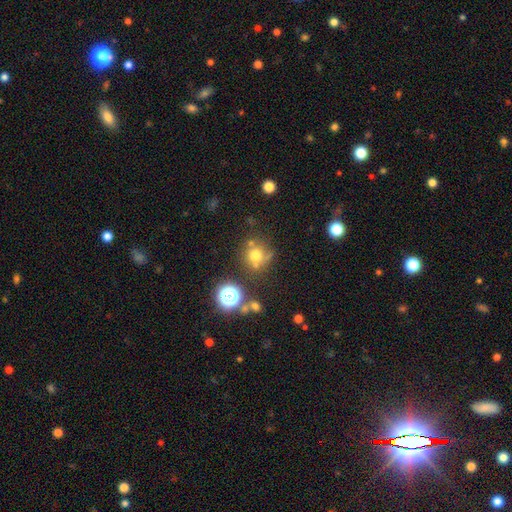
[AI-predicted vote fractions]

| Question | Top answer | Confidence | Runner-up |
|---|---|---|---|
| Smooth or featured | smooth | 69% | star or artifact (20%) |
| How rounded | round | 89% | in between (10%) |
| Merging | none | 64% | minor disturbance (16%) |